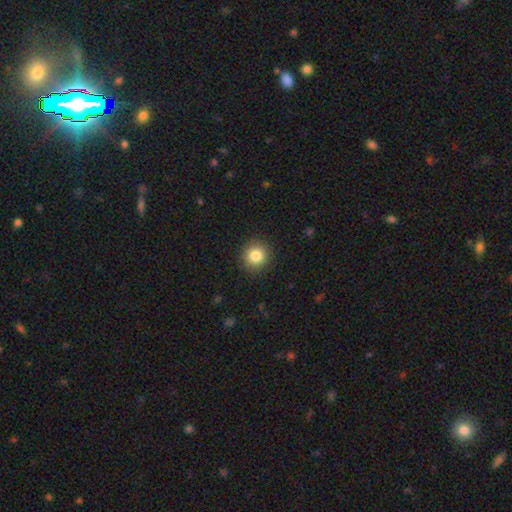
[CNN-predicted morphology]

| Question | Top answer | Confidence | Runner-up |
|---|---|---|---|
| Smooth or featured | smooth | 83% | star or artifact (10%) |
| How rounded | round | 89% | in between (10%) |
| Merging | none | 90% | minor disturbance (7%) |